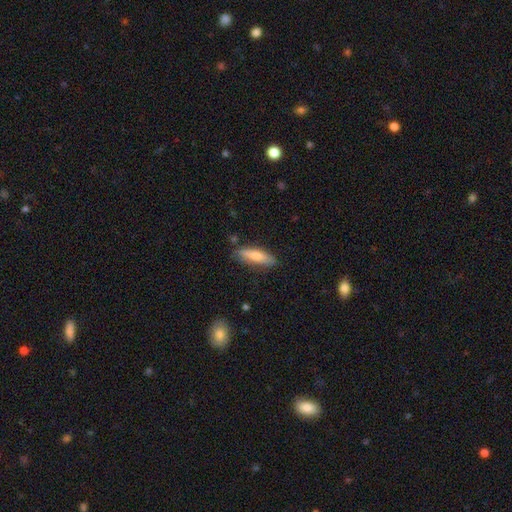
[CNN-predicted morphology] A smooth galaxy with no disk features (66%) that is cigar-shaped (67%). Merging: none (81%).